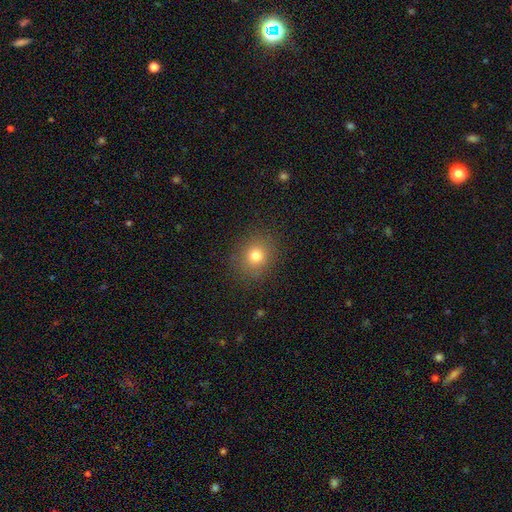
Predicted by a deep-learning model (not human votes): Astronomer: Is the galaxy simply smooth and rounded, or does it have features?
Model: smooth — 78%.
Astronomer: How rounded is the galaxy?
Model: round — 78%.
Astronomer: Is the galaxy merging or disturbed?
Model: none — 86%.